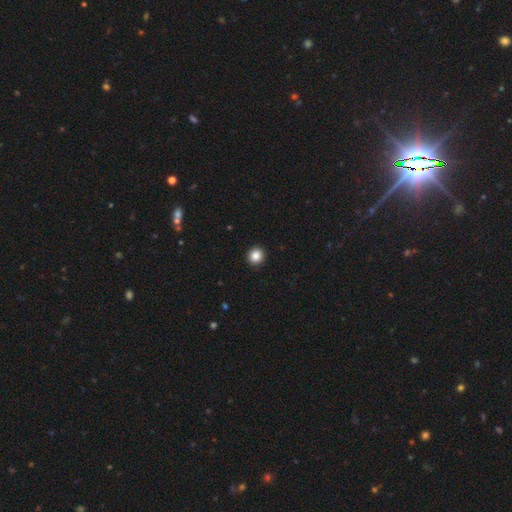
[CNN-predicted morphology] Smooth or featured: smooth — 87% (star or artifact — 10%)
How rounded: round — 90% (in between — 9%)
Merging: none — 93% (minor disturbance — 4%)